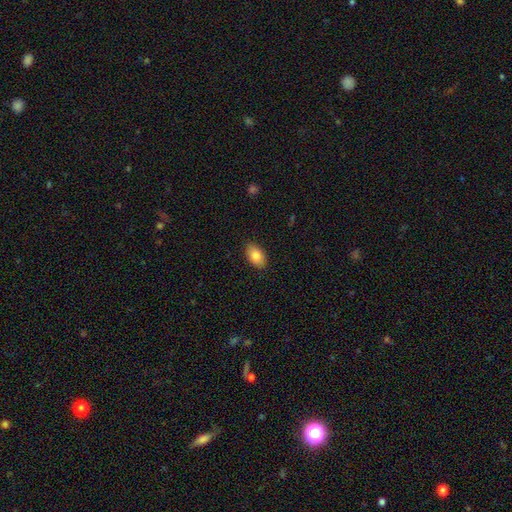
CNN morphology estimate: The model was most divided on "smooth or featured": smooth: 84%, featured or disk: 9%, star or artifact: 7%. More confident: how rounded — in between (92%); merging — none (88%).